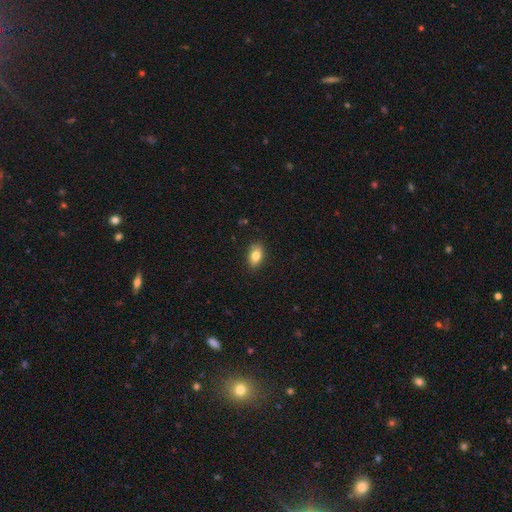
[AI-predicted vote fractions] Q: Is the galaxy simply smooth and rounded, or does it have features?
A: smooth — 82%.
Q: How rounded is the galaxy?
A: in between — 88%.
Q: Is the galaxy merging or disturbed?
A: none — 88%.